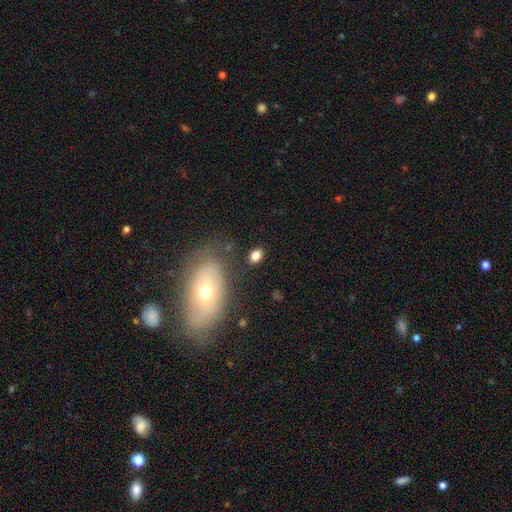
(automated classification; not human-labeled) Smooth or featured? Predicted: smooth (p=0.80). How rounded? Predicted: in between (p=0.76). Merging? Predicted: none (p=0.80).